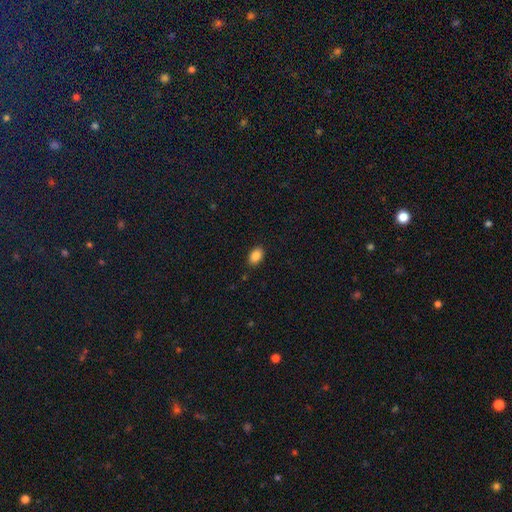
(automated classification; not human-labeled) Smooth or featured? smooth (88%)
How rounded? in between (86%)
Merging? none (87%)